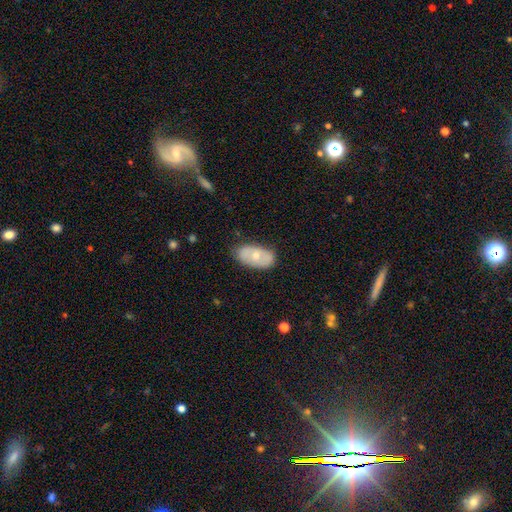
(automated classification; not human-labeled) smooth 57%, featured or disk 37%, star or artifact 6%. Down the decision tree: how rounded — in between (92%); merging — none (77%).